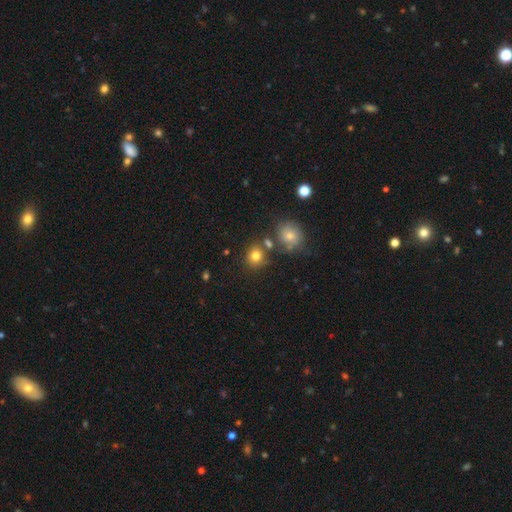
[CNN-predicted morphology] smooth-or-featured: smooth: 76% | star or artifact: 14% | featured or disk: 10%
  how-rounded: round: 80% | in between: 19% | cigar-shaped: 1%
  merging: none: 67% | merger: 17% | minor disturbance: 12% | major disturbance: 5%